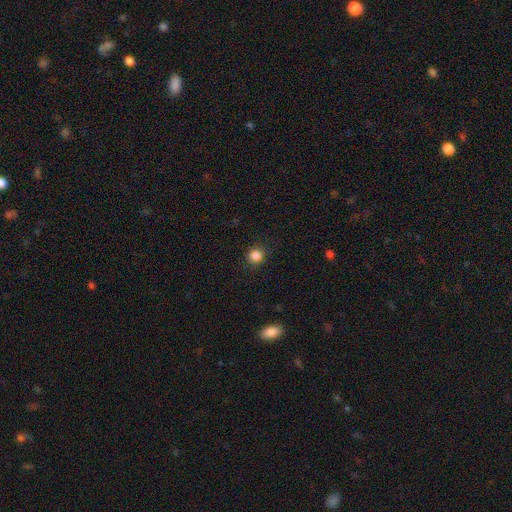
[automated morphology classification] A smooth galaxy with no disk features (85%) that is round (89%). Merging: none (87%).